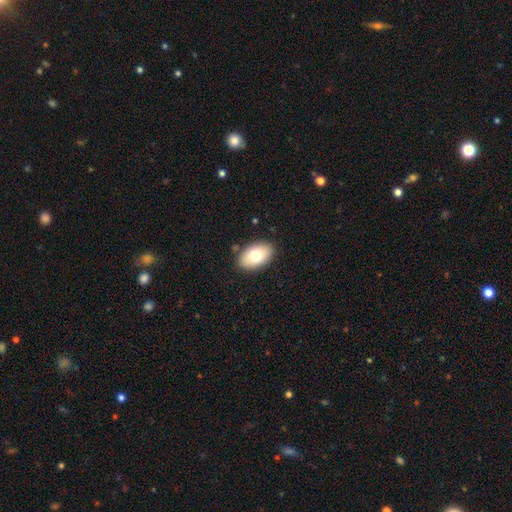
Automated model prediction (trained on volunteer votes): A smooth galaxy with no disk features (75%) that is in between round and cigar-shaped (92%). Merging: none (86%).